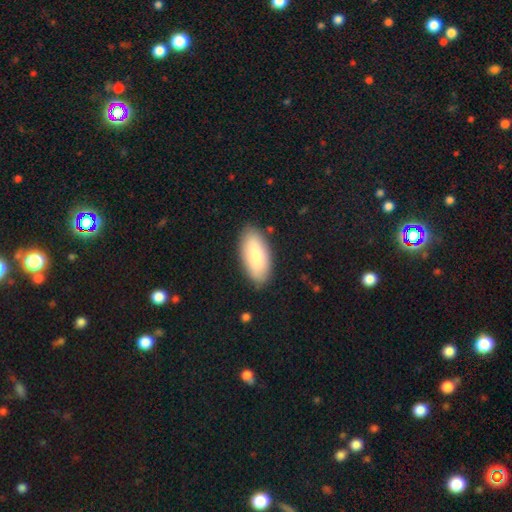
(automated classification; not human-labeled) Overall: smooth (82%). How rounded: in between (90%). Merging: none (85%).